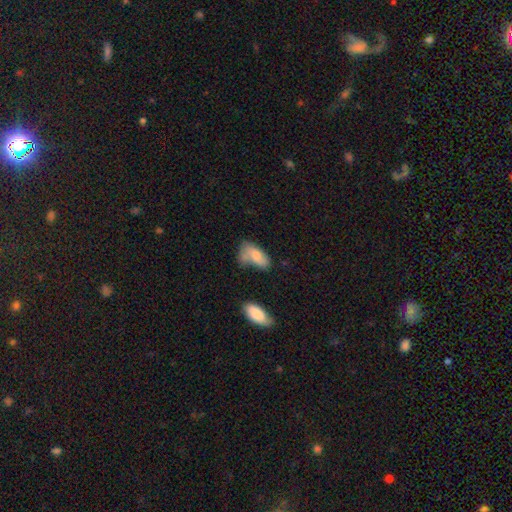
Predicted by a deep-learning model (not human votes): Q: Smooth or featured?
A: smooth (71%); runner-up: featured or disk (21%)
Q: How rounded?
A: in between (91%); runner-up: cigar-shaped (6%)
Q: Merging?
A: none (31%); runner-up: minor disturbance (30%)